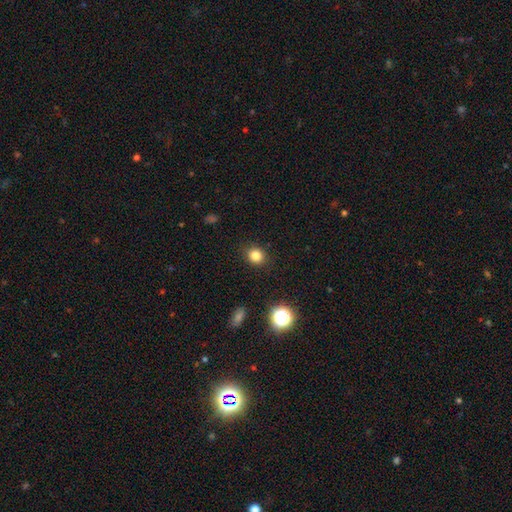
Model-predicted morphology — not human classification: This appears to be a smooth galaxy with no disk features (82%) that is round (78%). Merging: none (90%).